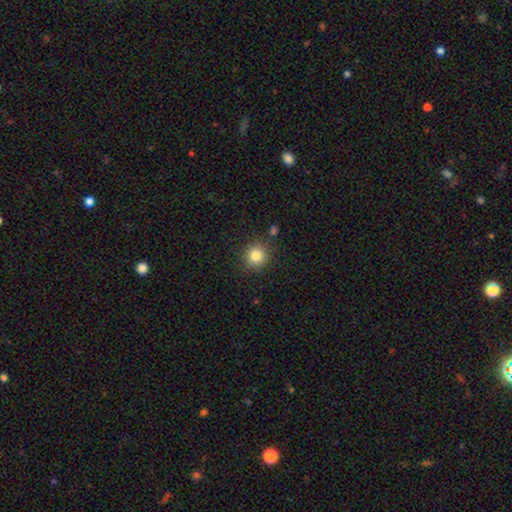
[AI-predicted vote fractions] The model was most divided on "smooth or featured": smooth: 83%, star or artifact: 11%, featured or disk: 6%. More confident: how rounded — round (90%); merging — none (84%).